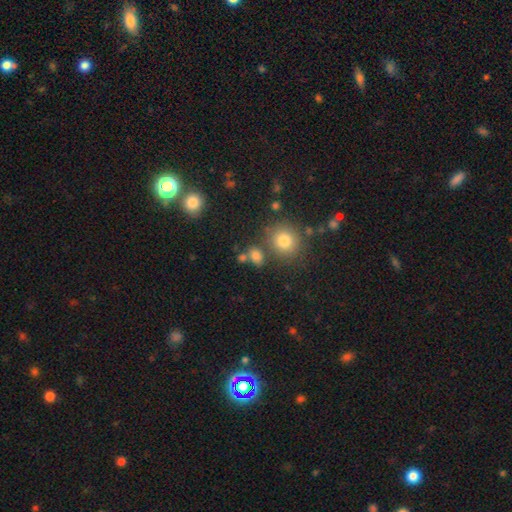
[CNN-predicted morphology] Q: Smooth or featured?
A: smooth (76%); runner-up: star or artifact (16%)
Q: How rounded?
A: in between (50%); runner-up: round (48%)
Q: Merging?
A: none (63%); runner-up: merger (20%)